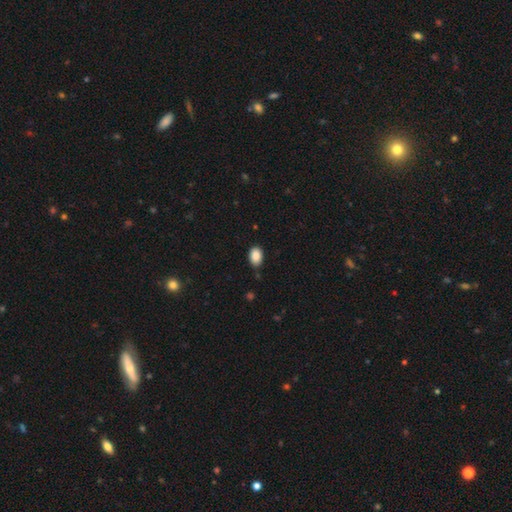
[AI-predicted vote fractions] The model was most divided on "how rounded": in between: 82%, round: 17%, cigar-shaped: 1%. More confident: smooth or featured — smooth (88%); merging — none (84%).